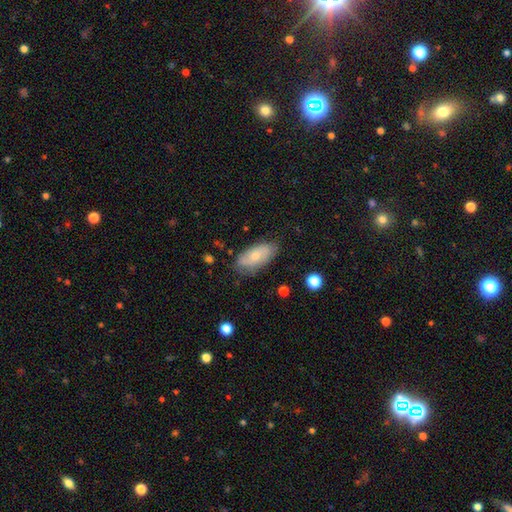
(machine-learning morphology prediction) Smooth or featured: smooth — 59% (featured or disk — 34%)
How rounded: in between — 90% (cigar-shaped — 7%)
Merging: none — 74% (minor disturbance — 20%)